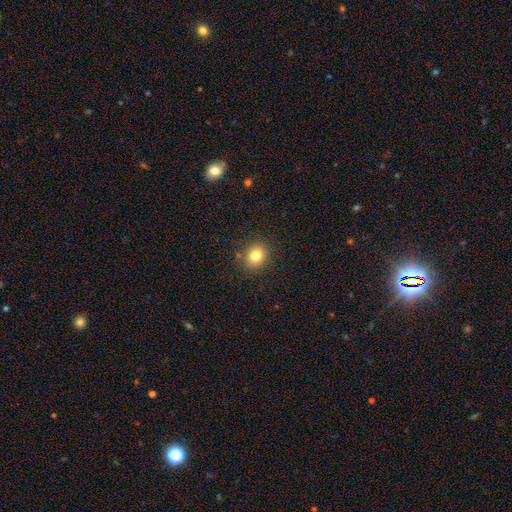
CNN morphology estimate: This is likely a smooth galaxy (80%). How rounded: likely round (76%). Merging: clearly none (87%).